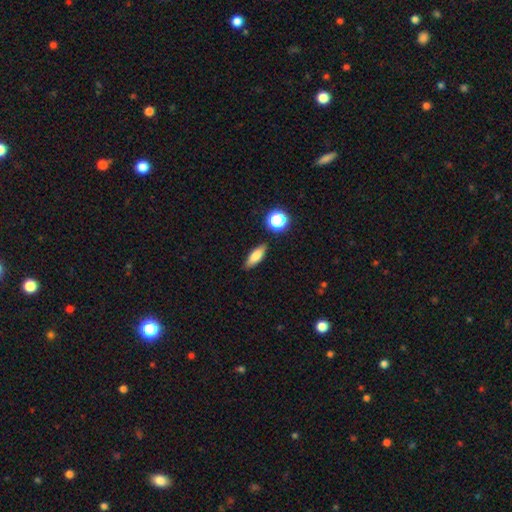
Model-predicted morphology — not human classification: Smooth or featured: smooth — 77% (featured or disk — 14%)
How rounded: in between — 60% (cigar-shaped — 34%)
Merging: none — 85% (minor disturbance — 10%)